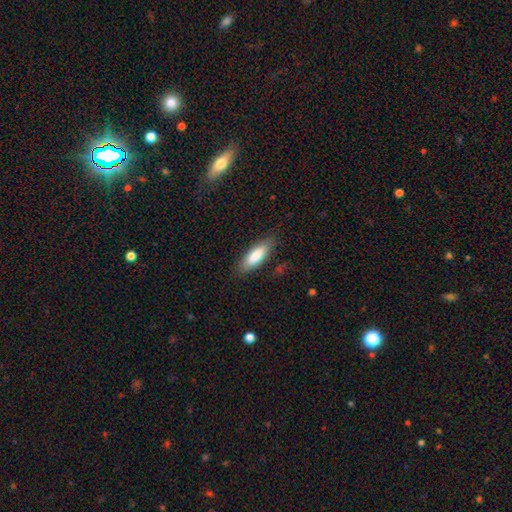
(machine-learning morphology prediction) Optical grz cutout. It shows a smooth galaxy with no disk features (83%) that is in between round and cigar-shaped (57%). Merging: none (83%).